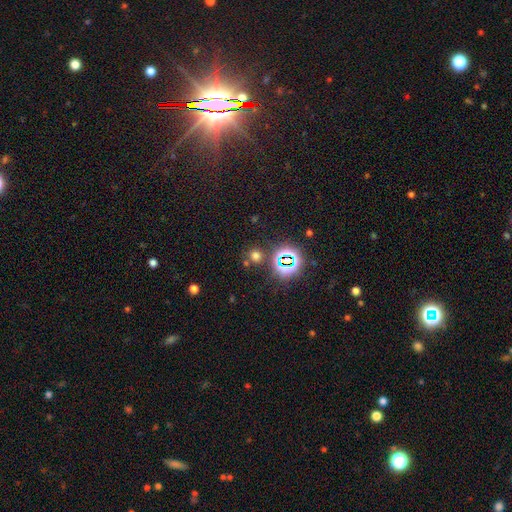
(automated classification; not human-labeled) Smooth or featured?
  - smooth: 56% *
  - star or artifact: 37%
  - featured or disk: 7%
How rounded?
  - round: 87% *
  - in between: 12%
  - cigar-shaped: 1%
Merging?
  - none: 77% *
  - merger: 9%
  - minor disturbance: 9%
  - major disturbance: 4%